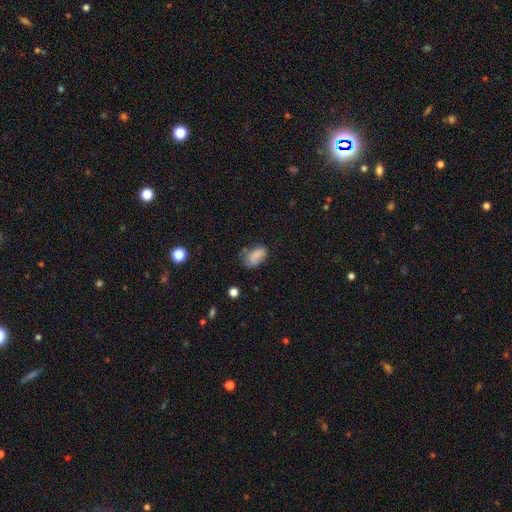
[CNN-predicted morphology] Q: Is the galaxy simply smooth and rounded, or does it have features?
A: smooth — 78%.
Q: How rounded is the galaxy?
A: in between — 89%.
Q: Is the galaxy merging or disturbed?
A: none — 53%.